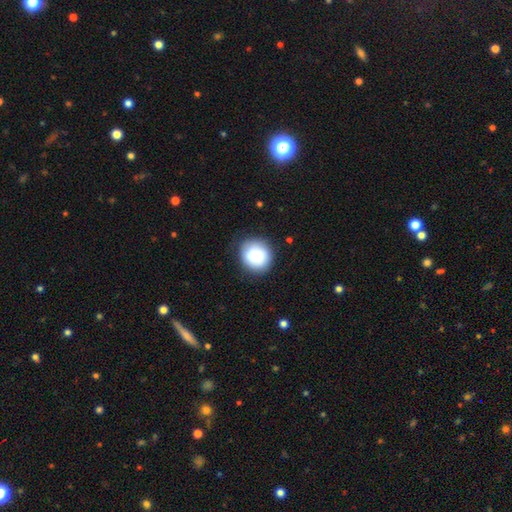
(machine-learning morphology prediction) Smooth or featured: smooth — 85% (star or artifact — 8%)
How rounded: round — 86% (in between — 13%)
Merging: none — 82% (minor disturbance — 13%)